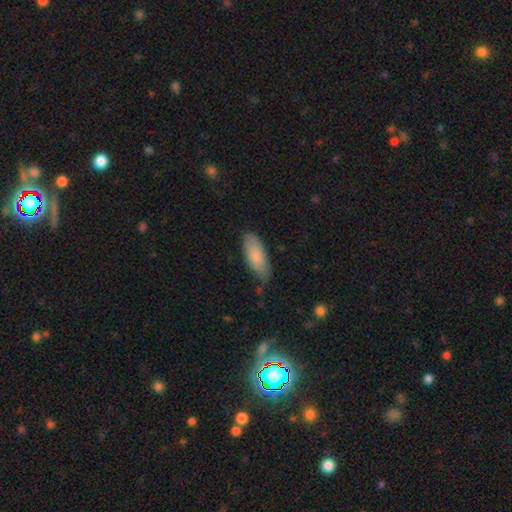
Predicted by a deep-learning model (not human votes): smooth 82%, featured or disk 12%, star or artifact 6%. Down the decision tree: how rounded — in between (77%); merging — none (70%).